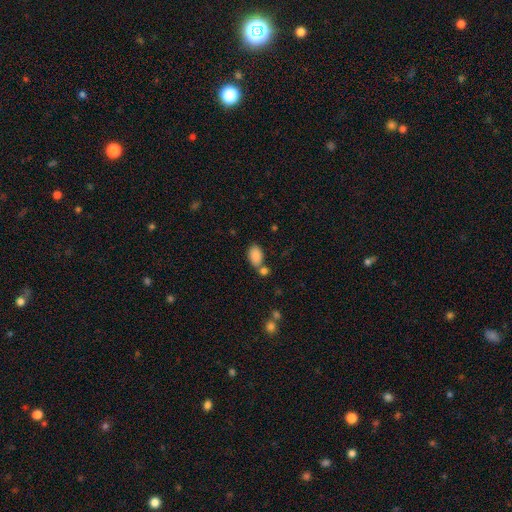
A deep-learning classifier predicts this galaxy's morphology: type=smooth (86%); roundness=in between (90%); merging=none (56%).